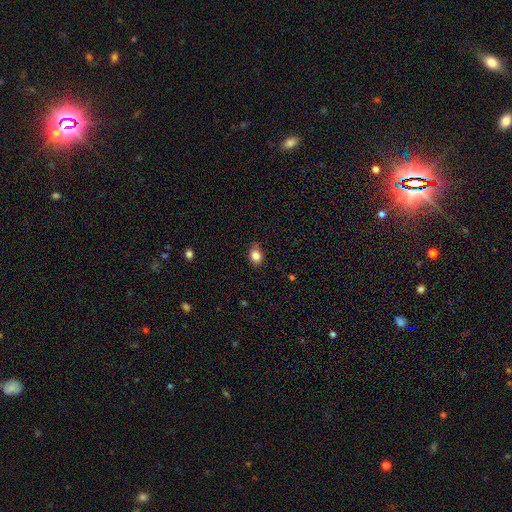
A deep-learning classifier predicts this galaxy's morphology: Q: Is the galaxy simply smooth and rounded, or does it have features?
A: smooth — 83%.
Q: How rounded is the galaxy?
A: in between — 60%.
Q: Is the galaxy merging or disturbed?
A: none — 78%.